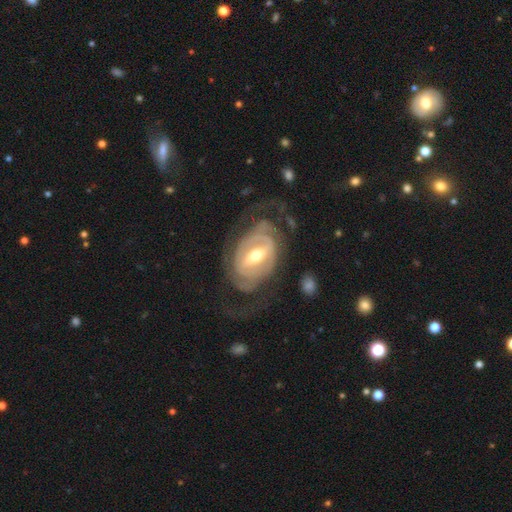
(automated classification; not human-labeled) A featured or disk galaxy (88%) with a strong bar (52%), 2 (58%) tight (50%) spiral arms (90%) and a moderate central bulge (68%).

Vote fractions:
- Smooth or featured? featured or disk: 88% / smooth: 8% / star or artifact: 4%
- Edge-on disk? no: 95% / yes: 5%
- Bar? strong: 52% / weak: 35% / no: 13%
- Spiral arms? yes: 90% / no: 10%
- Spiral winding? tight: 50% / medium: 33% / loose: 16%
- Spiral arm count? 2: 58% / can't tell: 19% / 3: 11% / 1: 5% / 4: 4% / more than 4: 3%
- Bulge size? moderate: 68% / small: 21% / large: 8% / dominant: 1% / none: 1%
- Merging? none: 62% / major disturbance: 20% / minor disturbance: 16% / merger: 2%